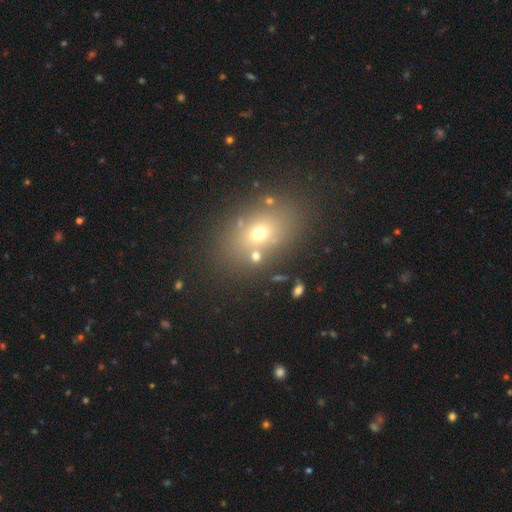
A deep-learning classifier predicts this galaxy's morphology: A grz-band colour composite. It shows a smooth galaxy with no disk features (64%) that is in between round and cigar-shaped (62%). Merging: none (71%).